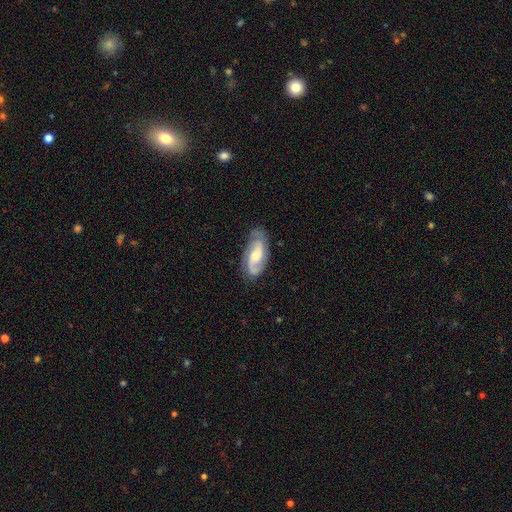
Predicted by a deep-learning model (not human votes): This appears to be a featured or disk galaxy (82%) with no bar (49%), 2 (84%) medium (49%) spiral arms (96%) and a moderate central bulge (52%). Merging: none (77%).